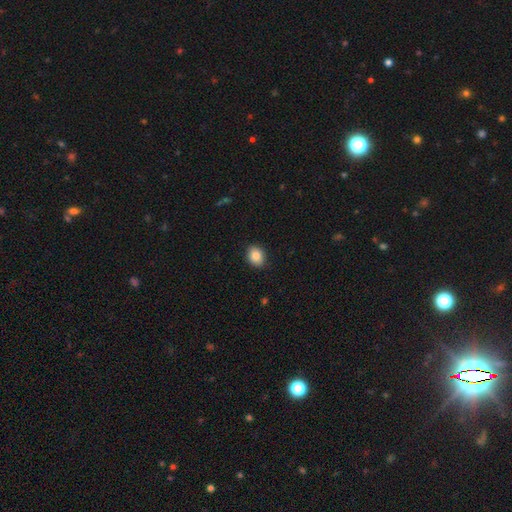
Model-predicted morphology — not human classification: smooth-or-featured: smooth: 87% | star or artifact: 9% | featured or disk: 5%
  how-rounded: in between: 51% | round: 48% | cigar-shaped: 1%
  merging: none: 88% | minor disturbance: 9% | major disturbance: 2% | merger: 1%